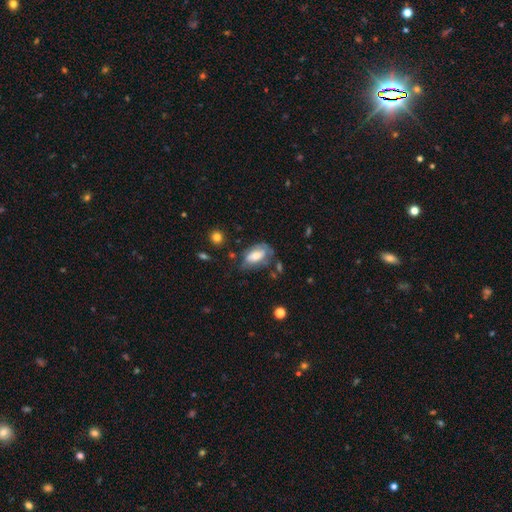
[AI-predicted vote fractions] smooth 57%, featured or disk 35%, star or artifact 8%. Down the decision tree: how rounded — in between (89%); merging — none (46%).